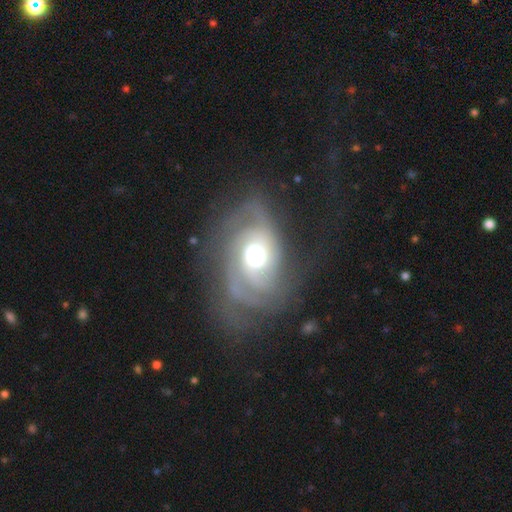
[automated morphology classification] A featured or disk galaxy (81%) with no bar (70%), 2 (42%) medium (42%) spiral arms (92%) and a moderate central bulge (56%). Merging: none (56%).